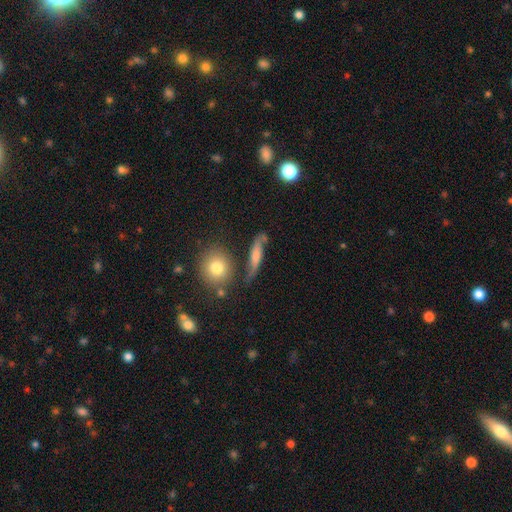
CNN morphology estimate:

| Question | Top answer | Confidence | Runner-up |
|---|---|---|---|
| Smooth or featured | smooth | 50% | featured or disk (40%) |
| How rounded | cigar-shaped | 66% | in between (26%) |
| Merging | none | 59% | minor disturbance (22%) |